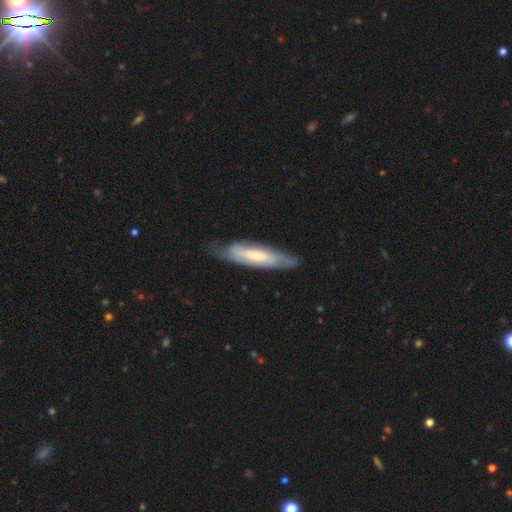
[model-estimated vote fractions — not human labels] featured or disk 52%, smooth 42%, star or artifact 6%. Down the decision tree: edge-on disk — no (55%); merging — none (68%).